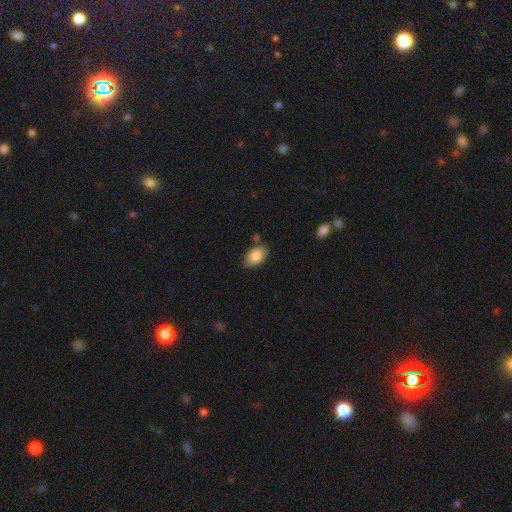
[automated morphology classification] This is clearly a smooth galaxy (86%). How rounded: clearly in between (92%). Merging: likely none (74%).